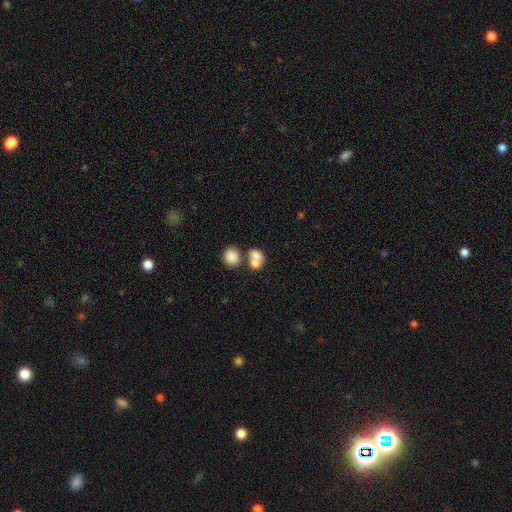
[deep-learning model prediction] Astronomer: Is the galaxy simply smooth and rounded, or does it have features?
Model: smooth — 75%.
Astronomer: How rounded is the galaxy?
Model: round — 61% (runner-up: in between, 37%).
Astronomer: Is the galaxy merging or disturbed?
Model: merger — 62%.